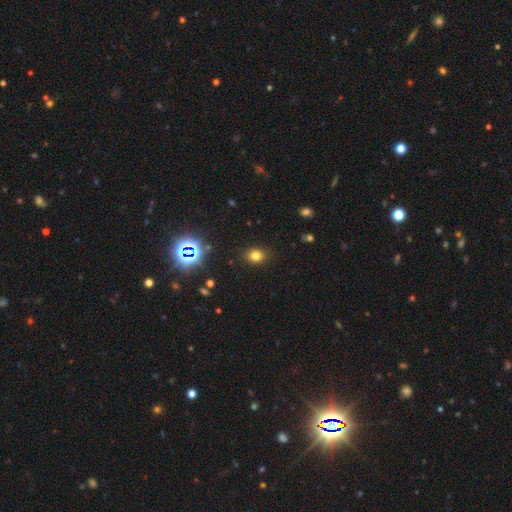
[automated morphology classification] Smooth or featured? smooth (74%)
How rounded? round (55%)
Merging? none (87%)